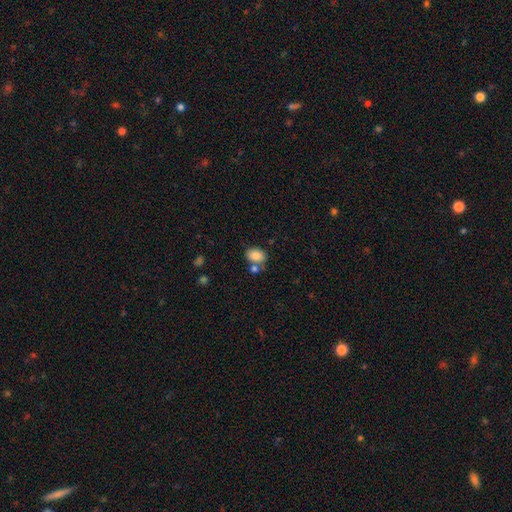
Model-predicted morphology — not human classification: A smooth galaxy with no disk features (85%) that is in between round and cigar-shaped (80%). Merging: none (59%).